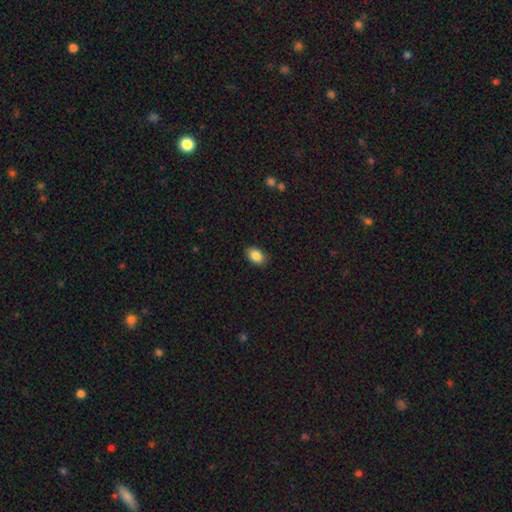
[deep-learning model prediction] Smooth or featured? smooth (86%)
How rounded? in between (87%)
Merging? none (87%)